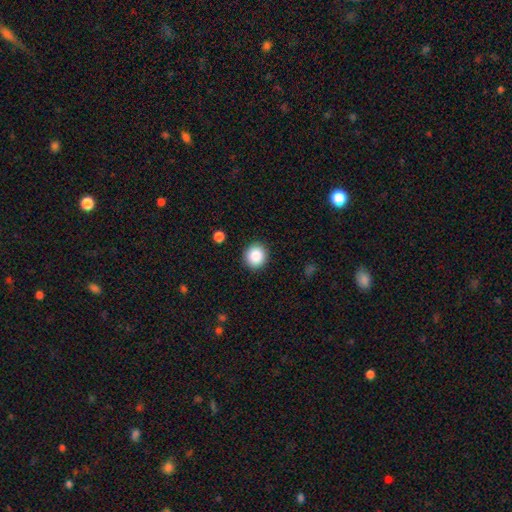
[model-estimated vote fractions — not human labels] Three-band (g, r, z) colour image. It shows a smooth galaxy with no disk features (87%) that is round (88%). Merging: none (91%).